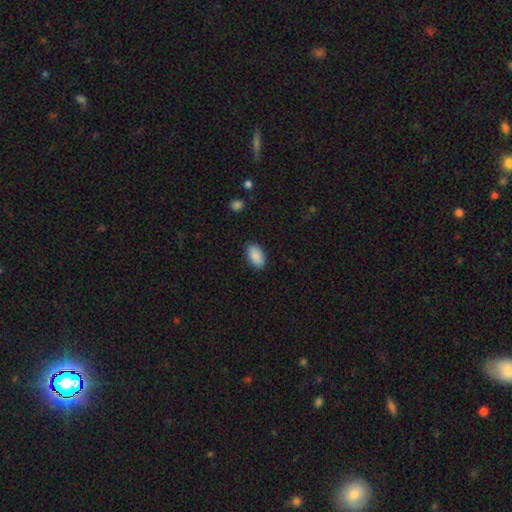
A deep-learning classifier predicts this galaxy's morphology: Smooth or featured? smooth (90%)
How rounded? in between (94%)
Merging? none (88%)